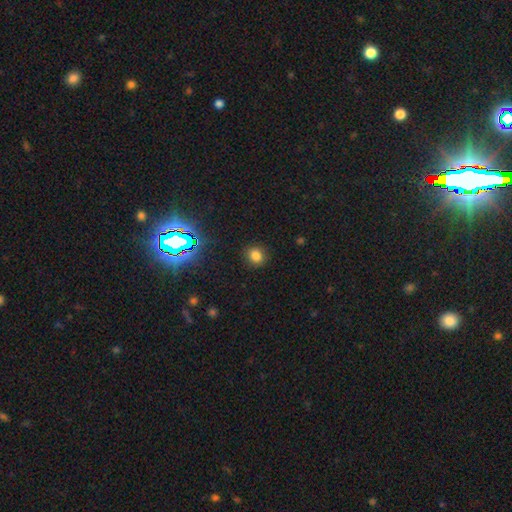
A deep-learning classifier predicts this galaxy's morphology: Smooth or featured? Predicted: smooth (p=0.78). How rounded? Predicted: round (p=0.74). Merging? Predicted: none (p=0.88).